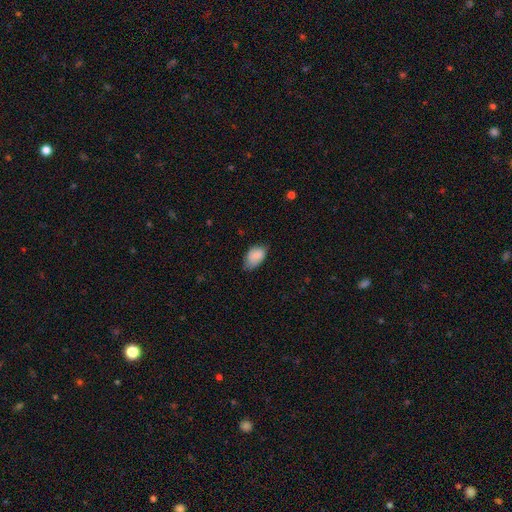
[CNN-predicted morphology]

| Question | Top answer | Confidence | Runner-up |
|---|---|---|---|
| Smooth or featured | smooth | 85% | featured or disk (8%) |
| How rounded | in between | 91% | round (7%) |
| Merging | none | 61% | minor disturbance (33%) |